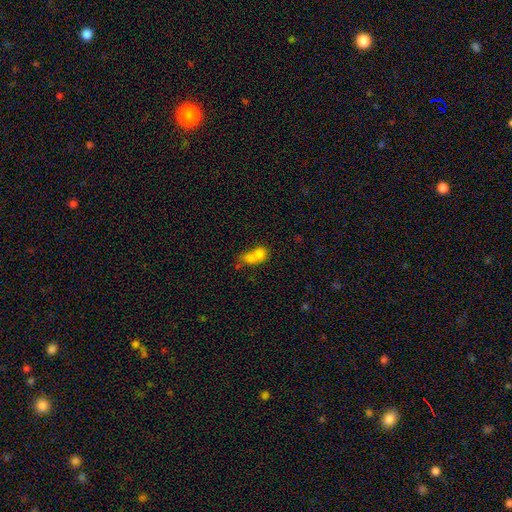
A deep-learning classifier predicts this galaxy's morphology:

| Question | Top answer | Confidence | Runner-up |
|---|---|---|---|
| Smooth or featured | smooth | 72% | featured or disk (17%) |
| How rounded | round | 50% | in between (48%) |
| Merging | merger | 74% | none (16%) |